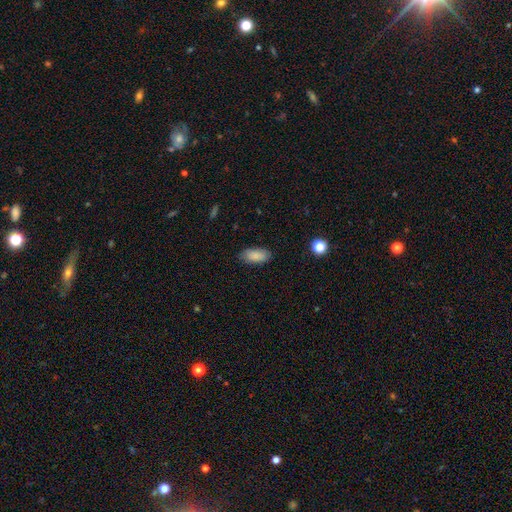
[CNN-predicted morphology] Smooth or featured?
  - smooth: 87% *
  - star or artifact: 7%
  - featured or disk: 6%
How rounded?
  - in between: 89% *
  - cigar-shaped: 9%
  - round: 2%
Merging?
  - none: 84% *
  - minor disturbance: 13%
  - major disturbance: 3%
  - merger: 1%